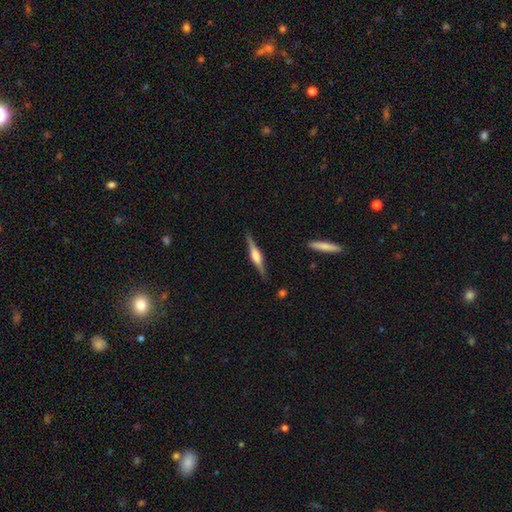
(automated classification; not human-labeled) Q: Smooth or featured?
A: featured or disk (74%); runner-up: smooth (20%)
Q: Edge-on disk?
A: yes (98%); runner-up: no (2%)
Q: Edge-on bulge?
A: rounded (69%); runner-up: boxy (26%)
Q: Merging?
A: none (88%); runner-up: minor disturbance (9%)